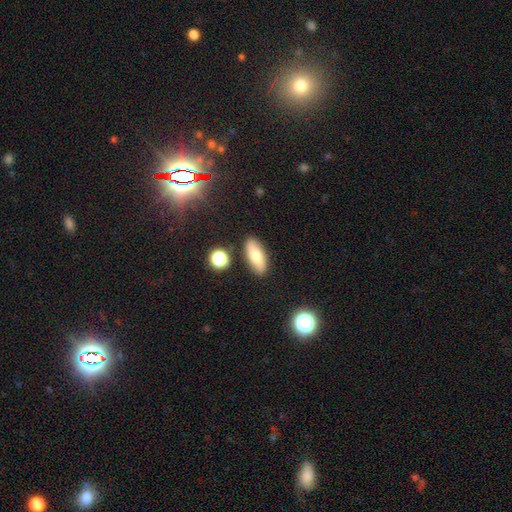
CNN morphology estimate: Overall: smooth (70%). How rounded: in between (78%). Merging: none (85%).